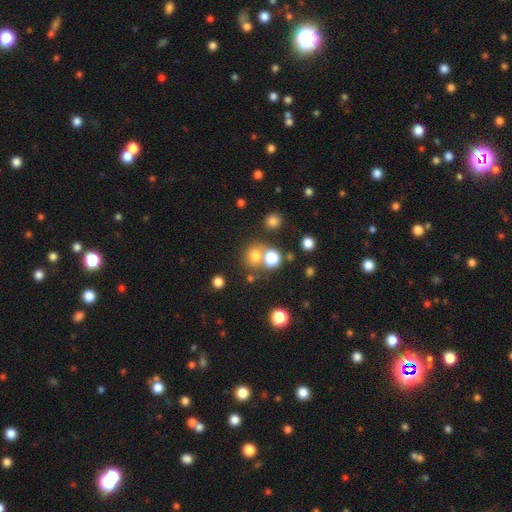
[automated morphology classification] Q: Smooth or featured?
A: smooth (72%); runner-up: star or artifact (19%)
Q: How rounded?
A: round (82%); runner-up: in between (17%)
Q: Merging?
A: none (59%); runner-up: merger (27%)